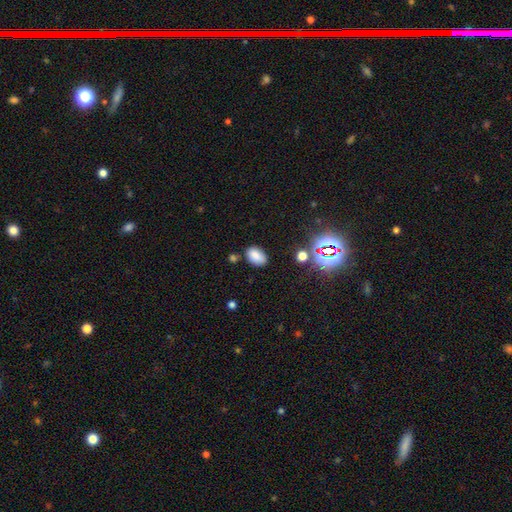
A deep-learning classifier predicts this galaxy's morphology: This appears to be a smooth galaxy with no disk features (80%) that is in between round and cigar-shaped (88%). Merging: none (77%).